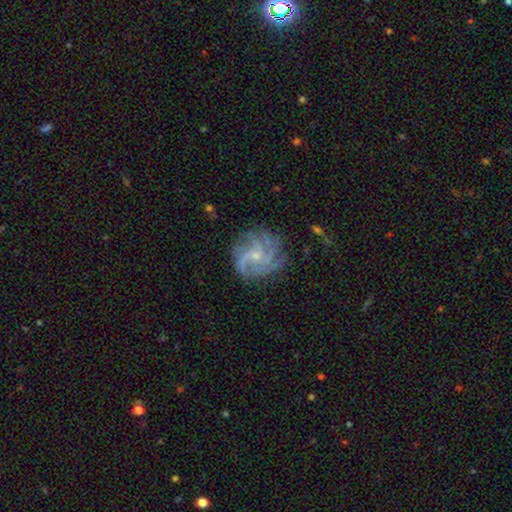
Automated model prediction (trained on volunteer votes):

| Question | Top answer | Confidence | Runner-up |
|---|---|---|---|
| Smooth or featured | featured or disk | 83% | smooth (9%) |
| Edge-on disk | no | 98% | yes (2%) |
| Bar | no | 66% | weak (29%) |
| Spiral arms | yes | 96% | no (4%) |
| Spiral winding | medium | 42% | tied: tight (42%) |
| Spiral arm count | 4 | 32% | 3 (20%) |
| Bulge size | small | 71% | moderate (22%) |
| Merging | none | 74% | minor disturbance (16%) |